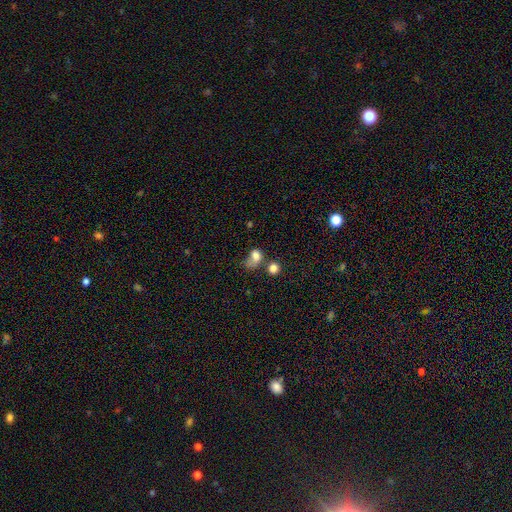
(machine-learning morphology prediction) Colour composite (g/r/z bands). It shows a smooth galaxy with no disk features (74%) that is in between round and cigar-shaped (51%). Merging: major disturbance (30%).